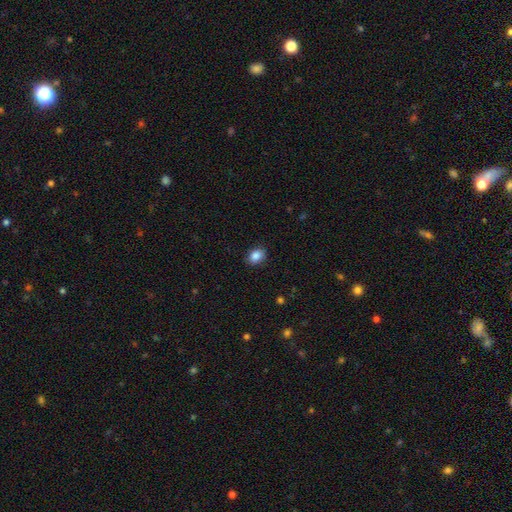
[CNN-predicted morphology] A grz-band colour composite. It shows a smooth galaxy with no disk features (87%) that is in between round and cigar-shaped (63%). Merging: none (88%).